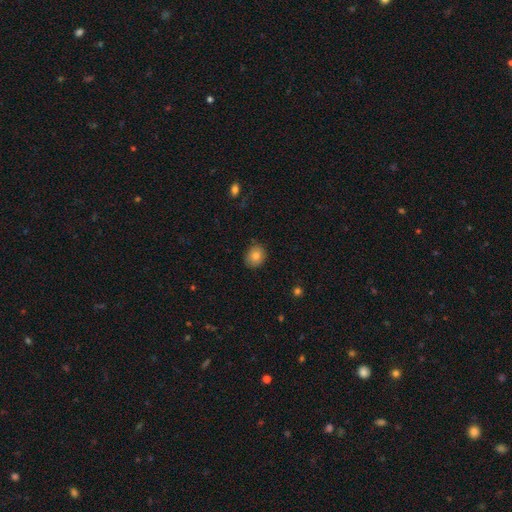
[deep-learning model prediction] smooth_or_featured: smooth (p=0.81) [alt: star or artifact p=0.10]
how_rounded: round (p=0.69) [alt: in between p=0.30]
merging: none (p=0.85) [alt: minor disturbance p=0.12]